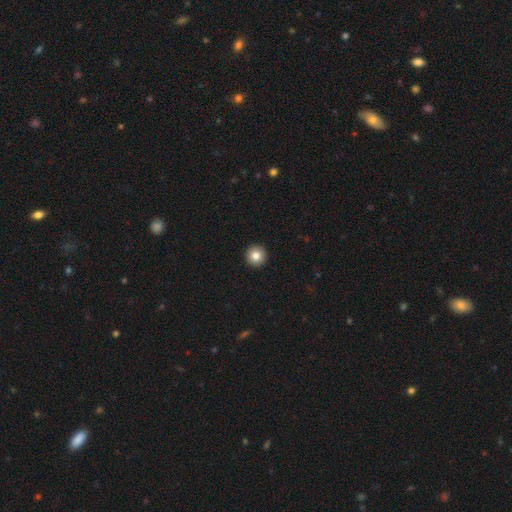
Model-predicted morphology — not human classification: Smooth or featured: smooth — 83% (star or artifact — 10%)
How rounded: round — 96% (in between — 3%)
Merging: none — 94% (minor disturbance — 4%)